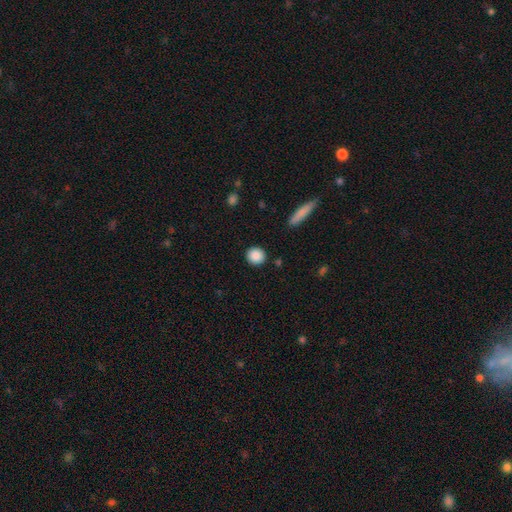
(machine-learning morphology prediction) smooth_or_featured: smooth (p=0.89) [alt: star or artifact p=0.08]
how_rounded: round (p=0.88) [alt: in between p=0.11]
merging: none (p=0.91) [alt: minor disturbance p=0.06]